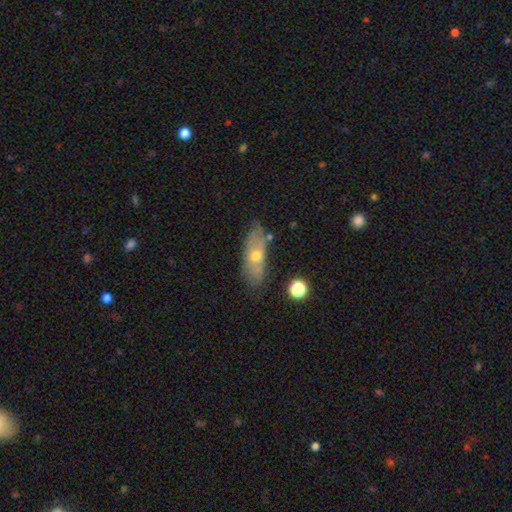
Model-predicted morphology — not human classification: Smooth or featured?
  - smooth: 48% *
  - featured or disk: 44%
  - star or artifact: 8%
Merging?
  - none: 64% *
  - minor disturbance: 25%
  - major disturbance: 7%
  - merger: 4%